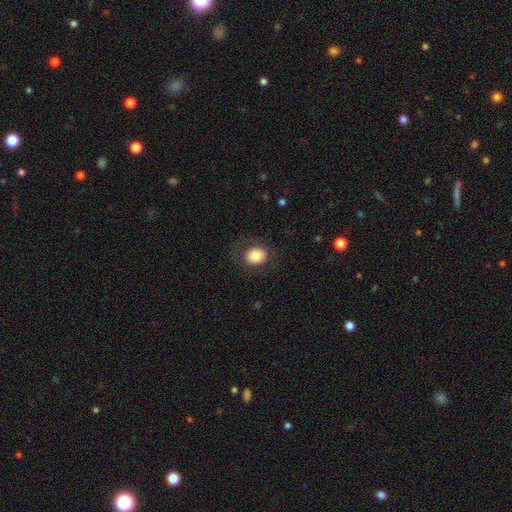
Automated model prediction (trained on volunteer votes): This appears to be a smooth galaxy with no disk features (78%) that is round (60%). Merging: none (80%).